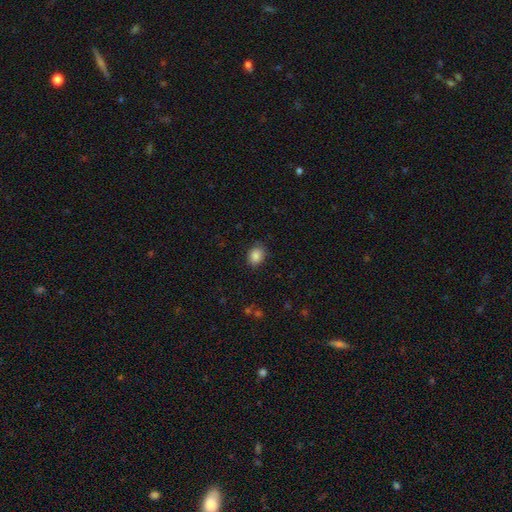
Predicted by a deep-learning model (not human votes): Smooth or featured: smooth — 87% (star or artifact — 9%)
How rounded: in between — 61% (round — 38%)
Merging: none — 82% (minor disturbance — 13%)